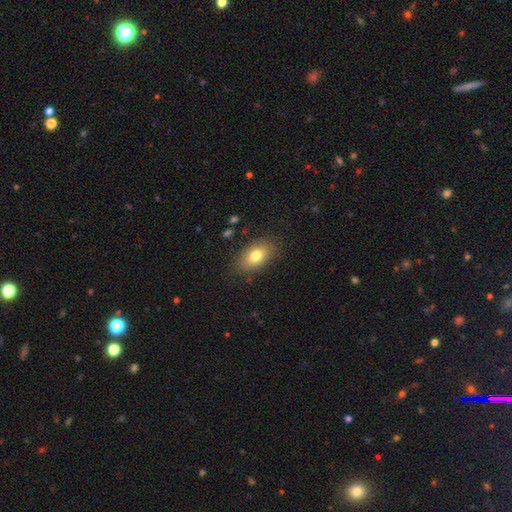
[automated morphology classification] The model was most divided on "smooth or featured": smooth: 77%, featured or disk: 14%, star or artifact: 9%. More confident: how rounded — in between (87%); merging — none (84%).